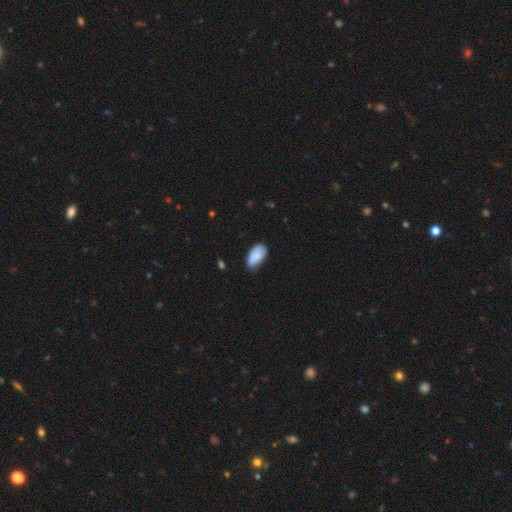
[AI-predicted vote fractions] Morphology: type=smooth (78%); roundness=in between (94%); merging=none (53%).